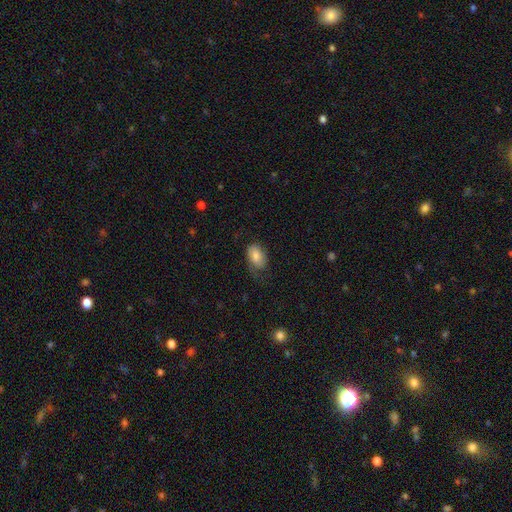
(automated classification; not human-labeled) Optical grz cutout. It shows a smooth galaxy with no disk features (74%) that is in between round and cigar-shaped (90%). Merging: none (56%).